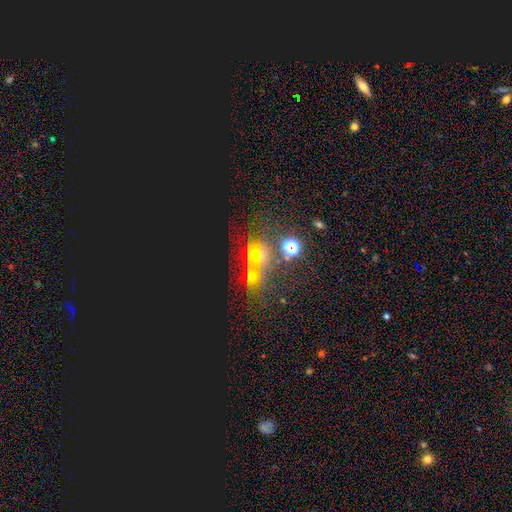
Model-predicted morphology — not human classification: Q: Smooth or featured?
A: star or artifact (61%); runner-up: smooth (22%)